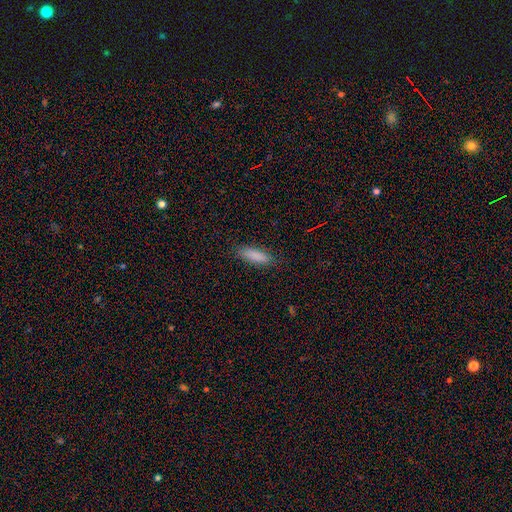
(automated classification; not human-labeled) Q: Smooth or featured?
A: smooth (87%); runner-up: star or artifact (7%)
Q: How rounded?
A: cigar-shaped (50%); runner-up: in between (48%)
Q: Merging?
A: none (85%); runner-up: minor disturbance (11%)